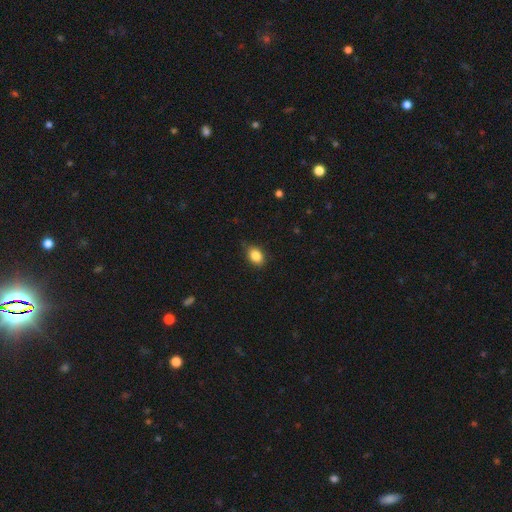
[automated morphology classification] A smooth galaxy with no disk features (86%) that is in between round and cigar-shaped (74%).

Vote fractions:
- Smooth or featured? smooth: 86% / star or artifact: 9% / featured or disk: 5%
- How rounded? in between: 74% / round: 24% / cigar-shaped: 1%
- Merging? none: 78% / minor disturbance: 18% / major disturbance: 3% / merger: 1%